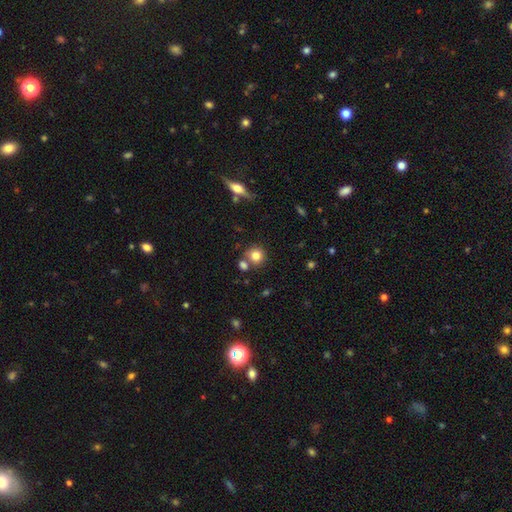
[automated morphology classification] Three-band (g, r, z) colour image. It shows a smooth galaxy with no disk features (81%) that is round (88%). Merging: none (68%).